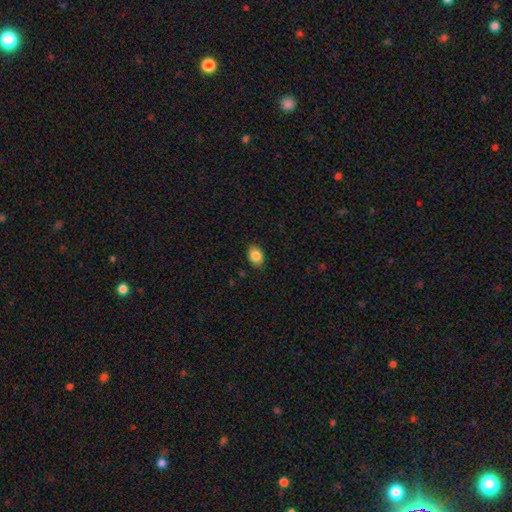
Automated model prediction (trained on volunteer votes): Smooth or featured? smooth (86%)
How rounded? in between (70%)
Merging? none (87%)